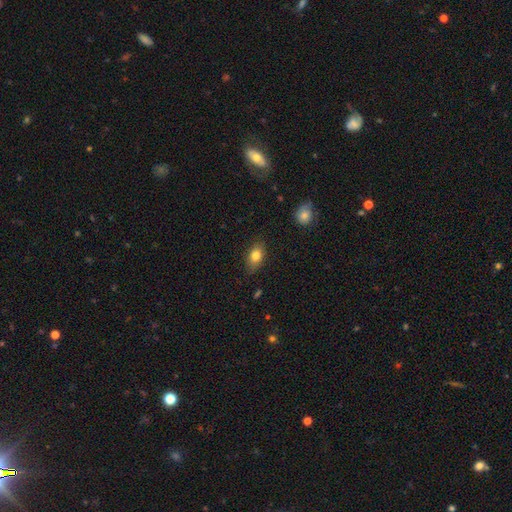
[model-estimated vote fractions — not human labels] smooth_or_featured: smooth (p=0.80) [alt: featured or disk p=0.11]
how_rounded: in between (p=0.83) [alt: round p=0.14]
merging: none (p=0.81) [alt: minor disturbance p=0.15]